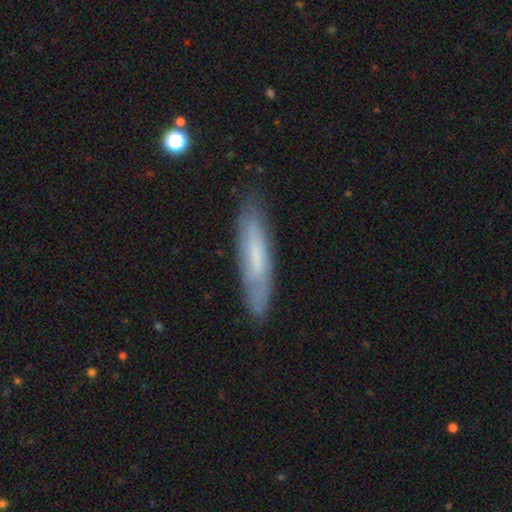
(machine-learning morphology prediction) Smooth or featured?
  - smooth: 57% *
  - featured or disk: 36%
  - star or artifact: 7%
How rounded?
  - cigar-shaped: 81% *
  - in between: 17%
  - round: 1%
Merging?
  - none: 79% *
  - minor disturbance: 16%
  - major disturbance: 4%
  - merger: 2%